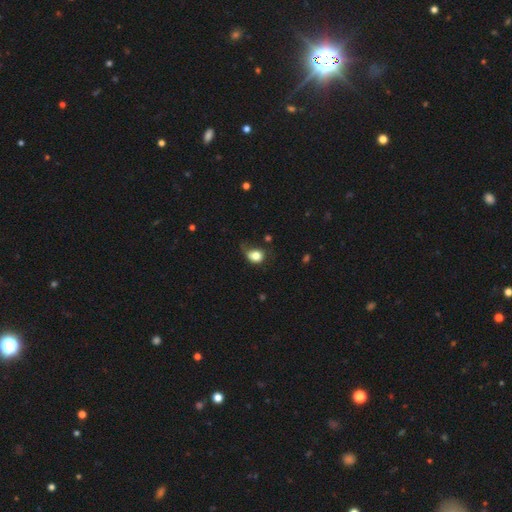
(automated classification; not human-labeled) A smooth galaxy with no disk features (78%) that is round (57%).

Vote fractions:
- Smooth or featured? smooth: 78% / featured or disk: 13% / star or artifact: 10%
- How rounded? round: 57% / in between: 42% / cigar-shaped: 1%
- Merging? none: 38% / minor disturbance: 35% / major disturbance: 24% / merger: 3%